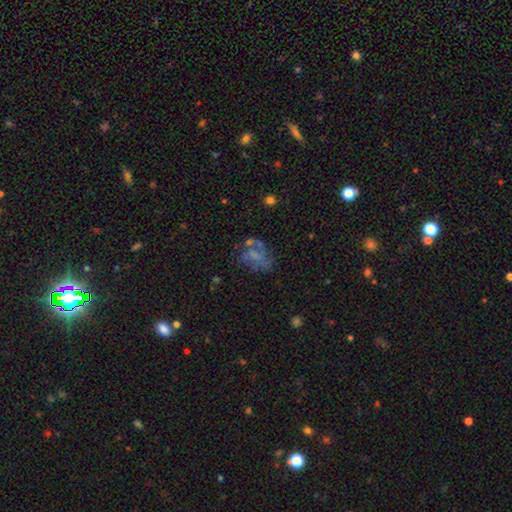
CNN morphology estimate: A featured or disk galaxy (59%) with no bar (58%), spiral arms (67%) and no central bulge (59%). Merging: none (42%).